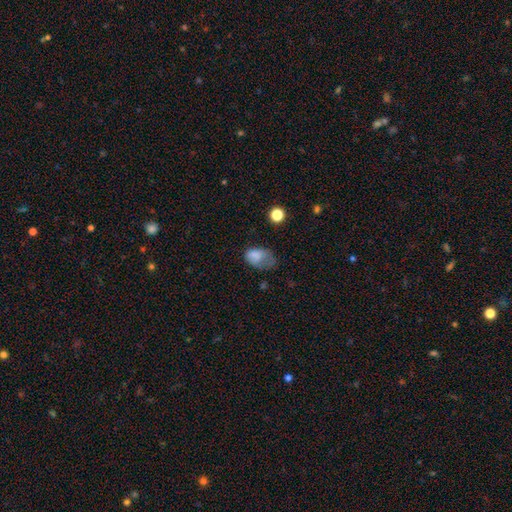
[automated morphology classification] Q: Smooth or featured?
A: smooth (75%); runner-up: featured or disk (14%)
Q: How rounded?
A: in between (82%); runner-up: round (17%)
Q: Merging?
A: minor disturbance (36%); runner-up: major disturbance (35%)